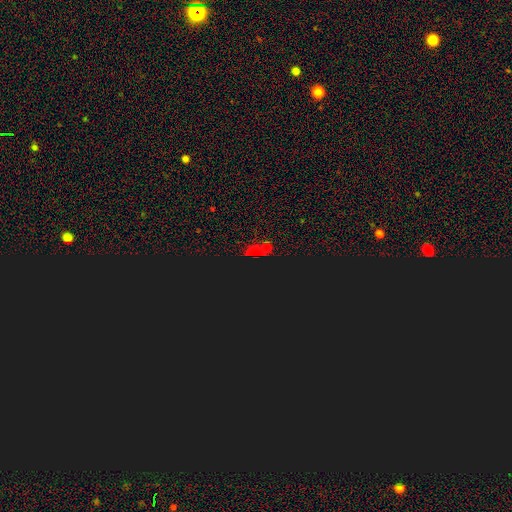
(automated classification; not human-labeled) Smooth or featured? star or artifact (59%)